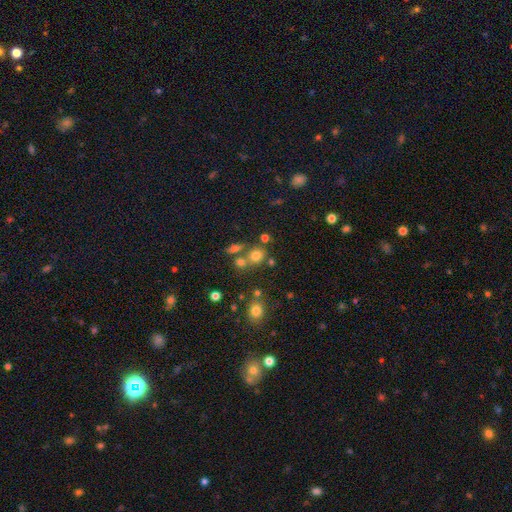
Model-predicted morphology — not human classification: Q: Smooth or featured?
A: smooth (72%); runner-up: star or artifact (18%)
Q: How rounded?
A: round (77%); runner-up: in between (22%)
Q: Merging?
A: none (60%); runner-up: merger (25%)